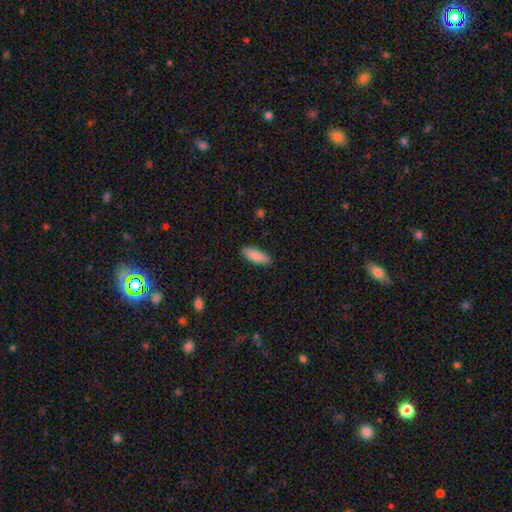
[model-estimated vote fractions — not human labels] smooth-or-featured: smooth: 88% | featured or disk: 6% | star or artifact: 6%
  how-rounded: in between: 68% | cigar-shaped: 30% | round: 2%
  merging: none: 88% | minor disturbance: 9% | major disturbance: 2% | merger: 1%